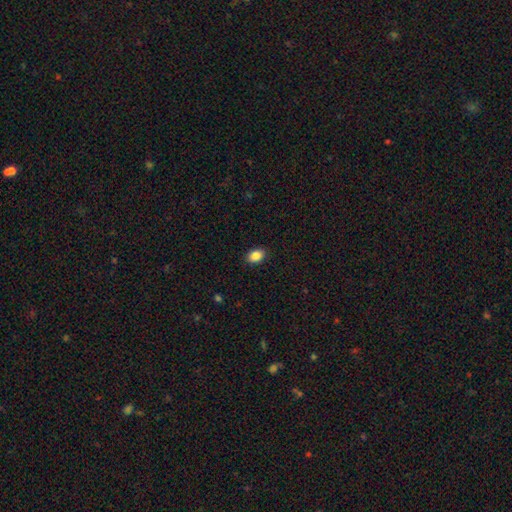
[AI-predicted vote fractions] smooth_or_featured: smooth (p=0.87) [alt: star or artifact p=0.08]
how_rounded: in between (p=0.81) [alt: round p=0.18]
merging: none (p=0.90) [alt: minor disturbance p=0.08]